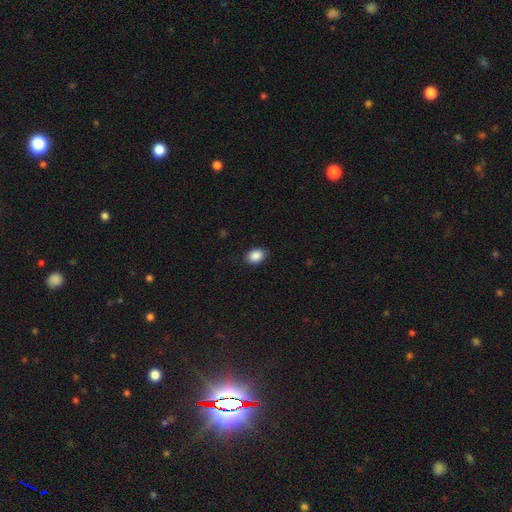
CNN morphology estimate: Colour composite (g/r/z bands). It shows a smooth galaxy with no disk features (89%) that is in between round and cigar-shaped (68%). Merging: none (88%).